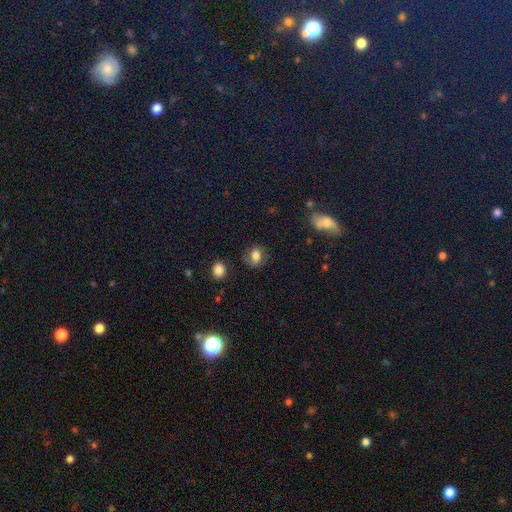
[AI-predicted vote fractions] This appears to be a smooth galaxy with no disk features (72%) that is round (54%). Merging: none (75%).